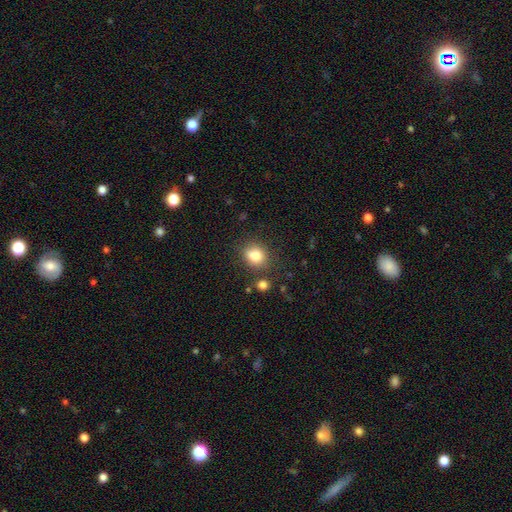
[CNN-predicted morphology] Q: Smooth or featured?
A: smooth (82%); runner-up: star or artifact (11%)
Q: How rounded?
A: round (63%); runner-up: in between (36%)
Q: Merging?
A: none (76%); runner-up: minor disturbance (14%)